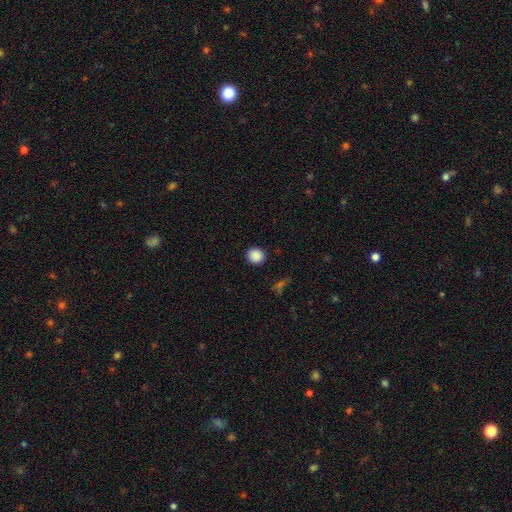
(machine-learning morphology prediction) Q: Smooth or featured?
A: smooth (88%); runner-up: star or artifact (9%)
Q: How rounded?
A: round (91%); runner-up: in between (8%)
Q: Merging?
A: none (91%); runner-up: minor disturbance (5%)